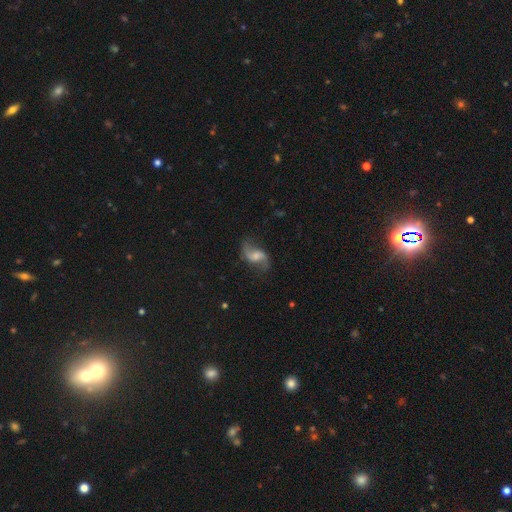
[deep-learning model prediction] This appears to be a featured or disk galaxy (79%) with a weak bar (46%), 2 (92%) loose (77%) spiral arms (95%) and a small central bulge (35%, tied with moderate). Merging: none (72%).